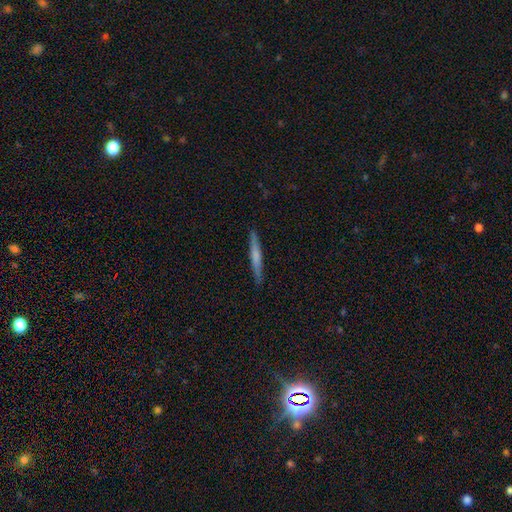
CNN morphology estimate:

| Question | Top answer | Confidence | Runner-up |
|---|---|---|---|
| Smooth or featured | smooth | 53% | featured or disk (42%) |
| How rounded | cigar-shaped | 96% | in between (3%) |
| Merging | none | 90% | minor disturbance (7%) |